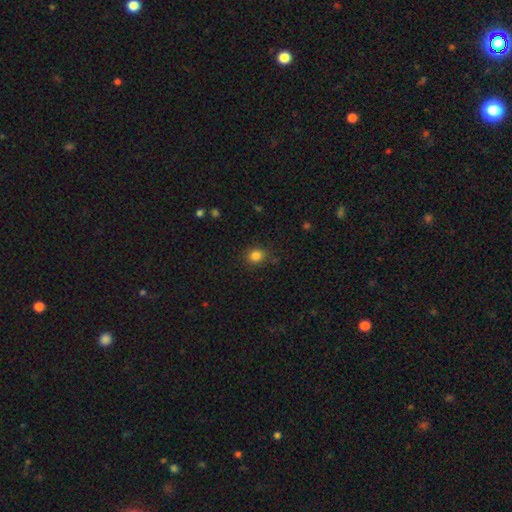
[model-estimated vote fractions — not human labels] The model was most divided on "how rounded": round: 77%, in between: 22%, cigar-shaped: 1%. More confident: merging — none (84%); smooth or featured — smooth (84%).